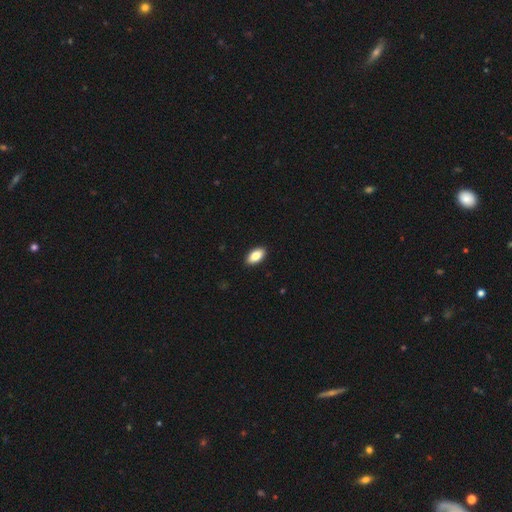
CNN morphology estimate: type=smooth (83%); roundness=in between (92%); merging=none (90%).